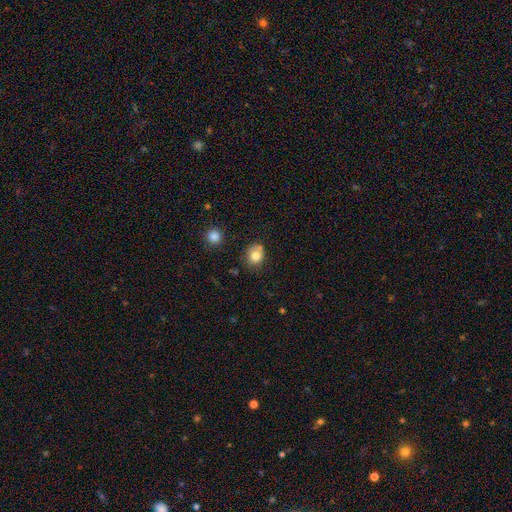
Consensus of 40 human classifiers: Overall: smooth (70%). How rounded: round (71%). Merging: none (72%).